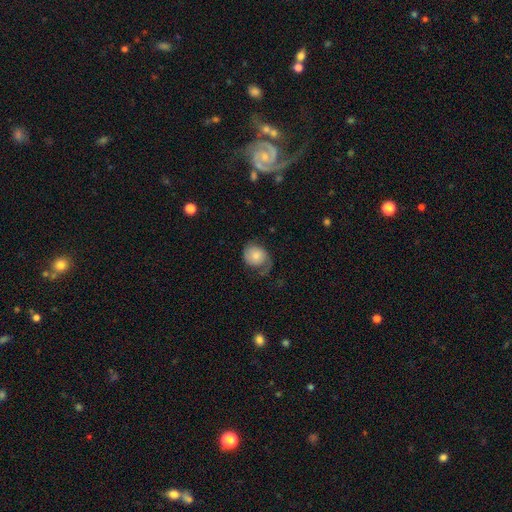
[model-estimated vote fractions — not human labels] Smooth or featured? smooth (48%)
Merging? none (44%)